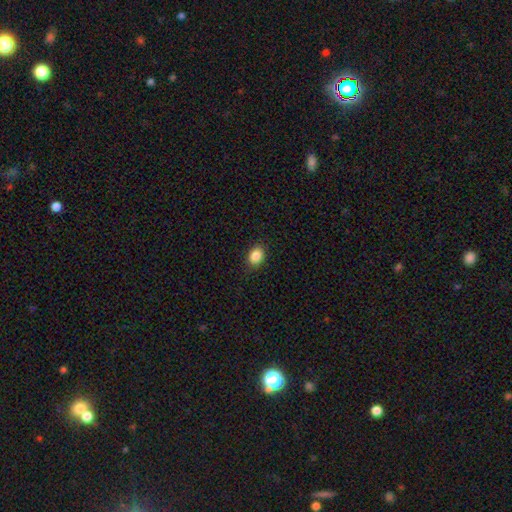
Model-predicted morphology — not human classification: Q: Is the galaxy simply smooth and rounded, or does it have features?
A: smooth — 87%.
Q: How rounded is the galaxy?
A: in between — 72%.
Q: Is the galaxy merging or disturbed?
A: none — 87%.